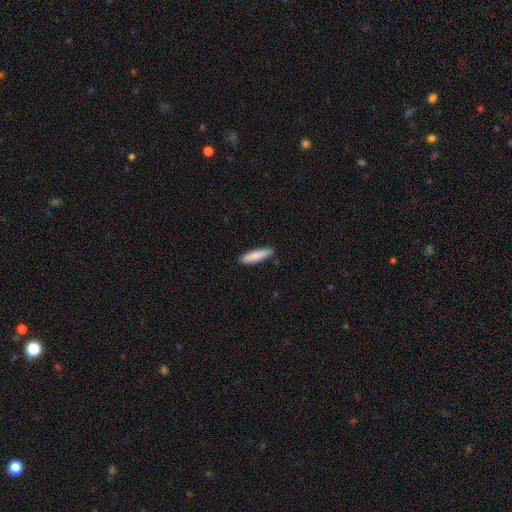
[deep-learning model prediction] Smooth or featured? Predicted: smooth (p=0.83). How rounded? Predicted: cigar-shaped (p=0.71). Merging? Predicted: none (p=0.87).